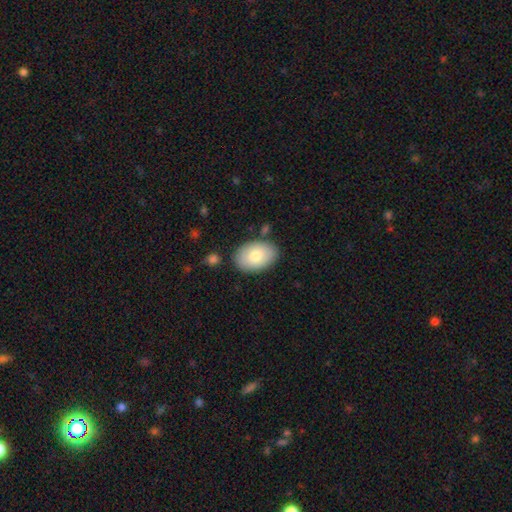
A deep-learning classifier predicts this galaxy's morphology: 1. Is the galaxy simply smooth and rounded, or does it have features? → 76% smooth, 17% featured or disk, 6% star or artifact.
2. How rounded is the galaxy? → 89% in between, 10% round, 1% cigar-shaped.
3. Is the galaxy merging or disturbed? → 83% none, 11% minor disturbance, 3% merger, 3% major disturbance.